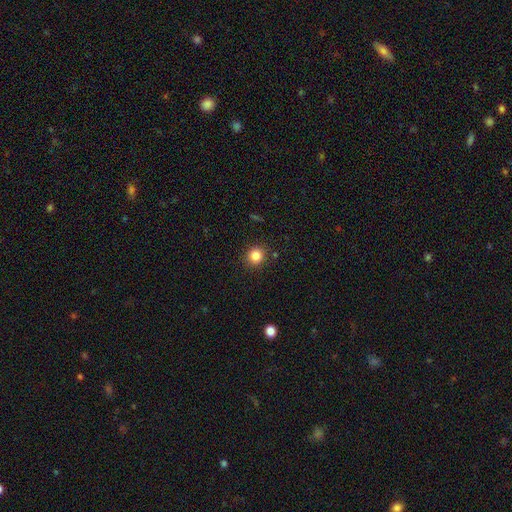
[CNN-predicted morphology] Smooth or featured? smooth (84%)
How rounded? round (89%)
Merging? none (89%)